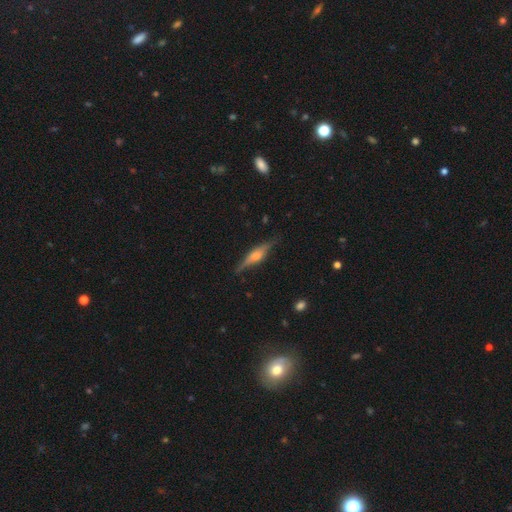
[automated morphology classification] Smooth or featured? featured or disk (65%)
Edge-on disk? yes (95%)
Edge-on bulge? rounded (82%)
Merging? none (81%)